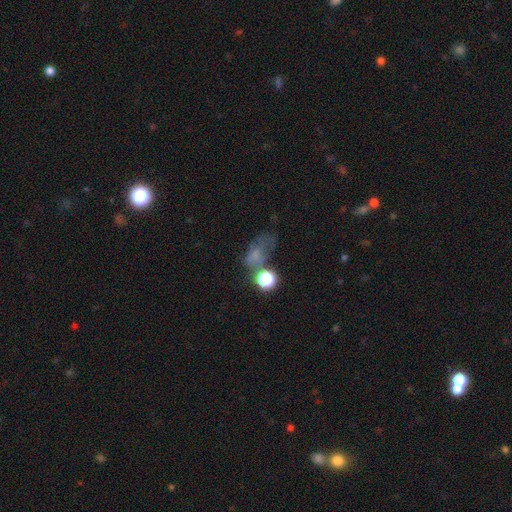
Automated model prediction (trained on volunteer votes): smooth-or-featured: smooth: 54% | star or artifact: 26% | featured or disk: 21%
  how-rounded: in between: 64% | round: 33% | cigar-shaped: 3%
  merging: major disturbance: 33% | none: 29% | minor disturbance: 19% | merger: 18%